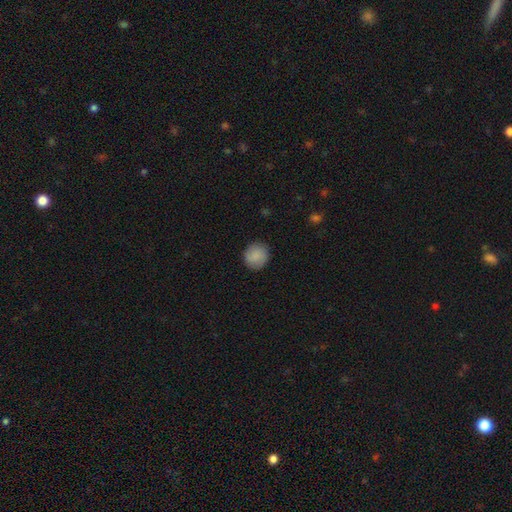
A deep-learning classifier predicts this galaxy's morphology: Smooth or featured? Predicted: smooth (p=0.85). How rounded? Predicted: round (p=0.89). Merging? Predicted: none (p=0.88).